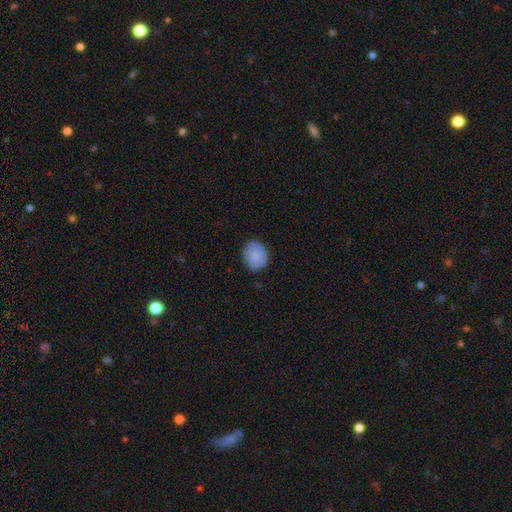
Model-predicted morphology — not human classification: type=smooth (85%); roundness=round (51%); merging=none (81%).